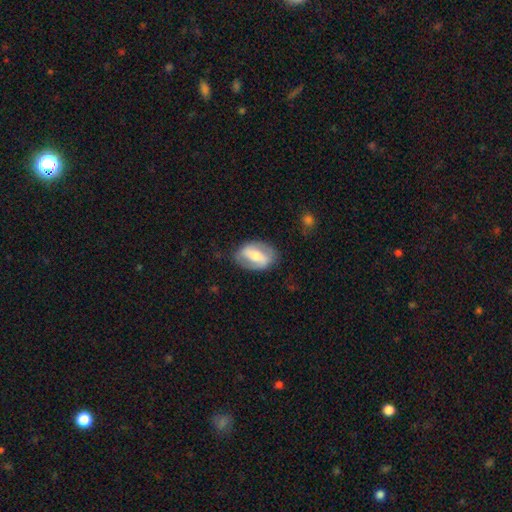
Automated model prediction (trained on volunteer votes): Smooth or featured: featured or disk — 58% (smooth — 36%)
Edge-on disk: no — 91% (yes — 9%)
Bar: strong — 58% (weak — 27%)
Spiral arms: yes — 52% (no — 48%)
Bulge size: moderate — 61% (small — 23%)
Merging: none — 76% (minor disturbance — 17%)